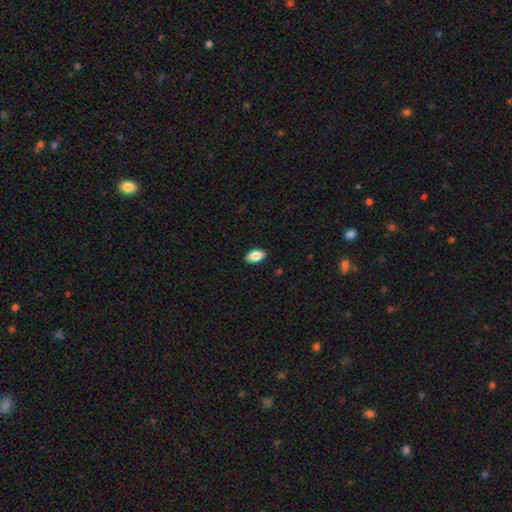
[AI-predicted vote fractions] Morphology: type=smooth (85%); roundness=in between (93%); merging=none (89%).